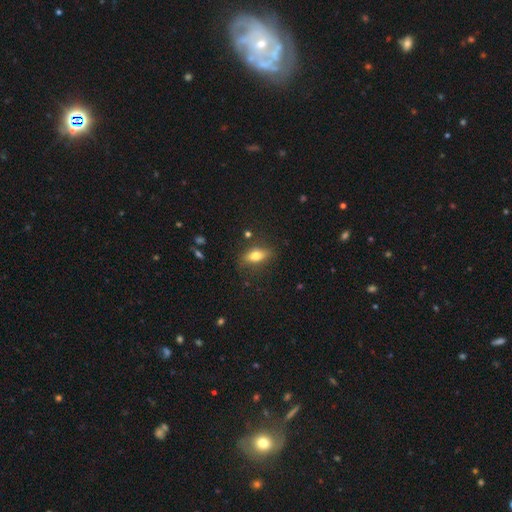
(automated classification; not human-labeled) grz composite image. It shows a smooth galaxy with no disk features (73%) that is in between round and cigar-shaped (77%). Merging: none (78%).